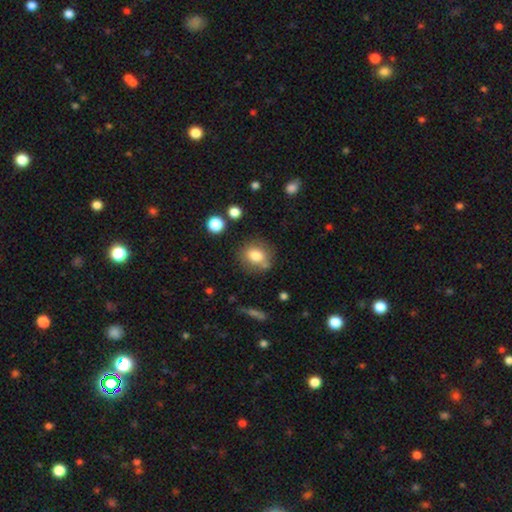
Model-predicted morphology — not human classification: type=smooth (79%); roundness=round (67%); merging=none (73%).